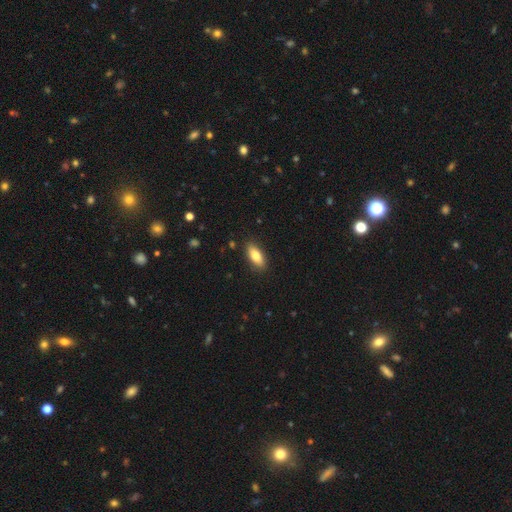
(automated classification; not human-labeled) This is clearly a smooth galaxy (81%). How rounded: clearly in between (81%). Merging: clearly none (87%).